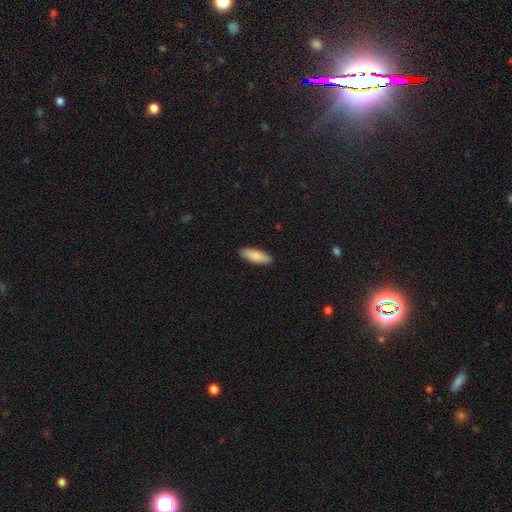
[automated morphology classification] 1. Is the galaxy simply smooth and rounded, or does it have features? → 88% smooth, 6% featured or disk, 6% star or artifact.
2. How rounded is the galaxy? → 67% in between, 31% cigar-shaped, 2% round.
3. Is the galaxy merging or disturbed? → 90% none, 7% minor disturbance, 2% major disturbance, 1% merger.